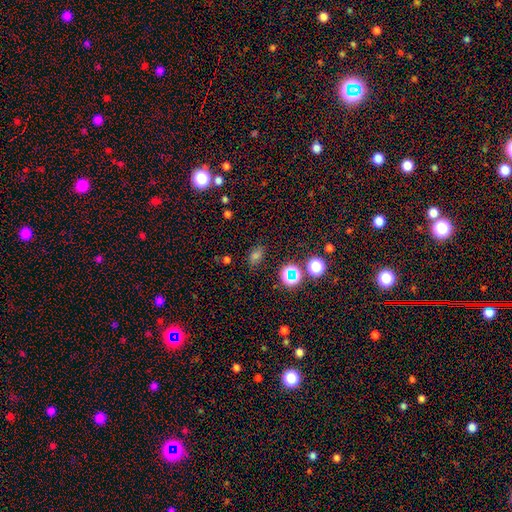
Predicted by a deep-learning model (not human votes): Smooth or featured? smooth (57%)
How rounded? in between (69%)
Merging? none (77%)